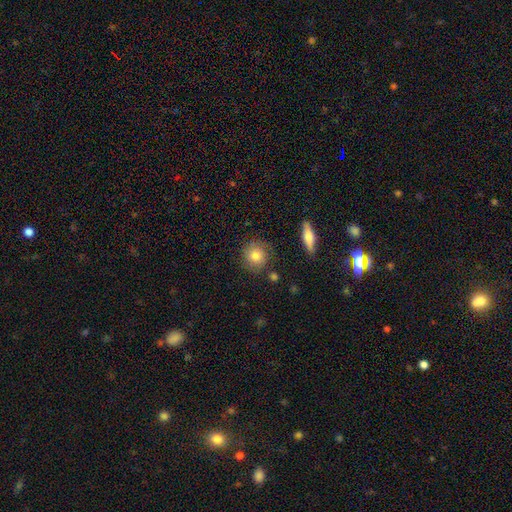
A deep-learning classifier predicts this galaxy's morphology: This is likely a smooth galaxy (79%). How rounded: clearly round (87%). Merging: clearly none (80%).